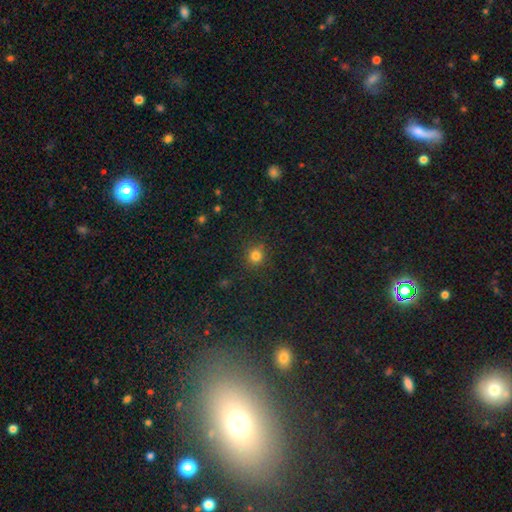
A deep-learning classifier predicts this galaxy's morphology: smooth_or_featured: smooth (p=0.79) [alt: star or artifact p=0.16]
how_rounded: round (p=0.91) [alt: in between p=0.08]
merging: none (p=0.87) [alt: minor disturbance p=0.08]